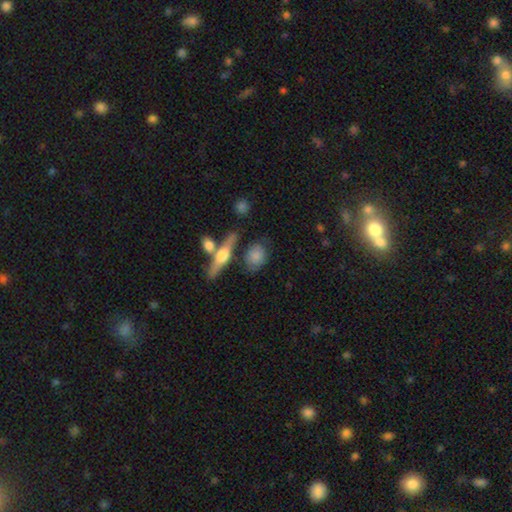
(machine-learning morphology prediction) The model was most divided on "how rounded": in between: 51%, round: 39%, cigar-shaped: 10%. More confident: smooth or featured — smooth (69%); merging — none (65%).